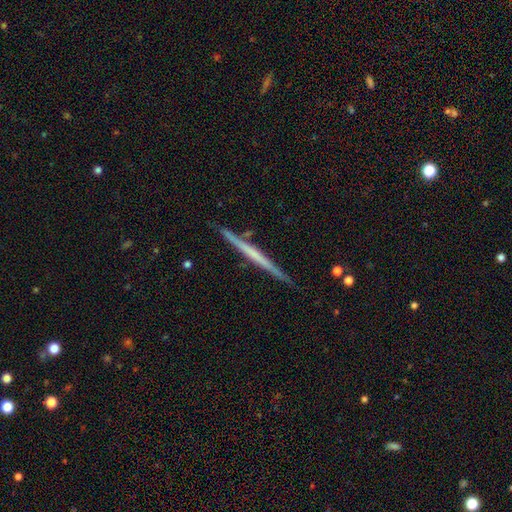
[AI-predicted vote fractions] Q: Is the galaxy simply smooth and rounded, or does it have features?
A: featured or disk — 62%.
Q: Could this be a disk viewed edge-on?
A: yes — 98%.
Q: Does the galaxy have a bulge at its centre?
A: none — 85%.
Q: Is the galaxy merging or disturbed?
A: none — 89%.